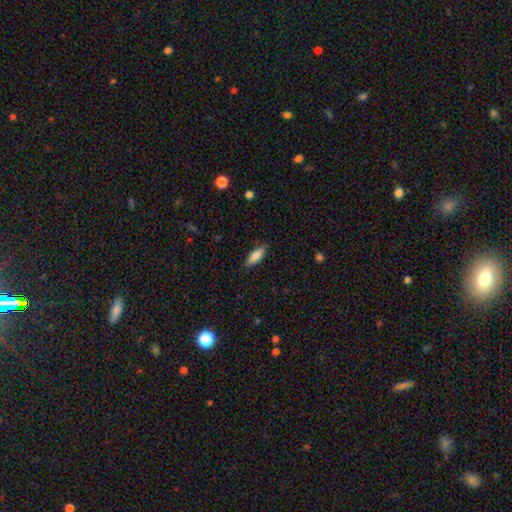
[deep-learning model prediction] The model was most divided on "how rounded": in between: 69%, cigar-shaped: 29%, round: 2%. More confident: merging — none (85%); smooth or featured — smooth (84%).